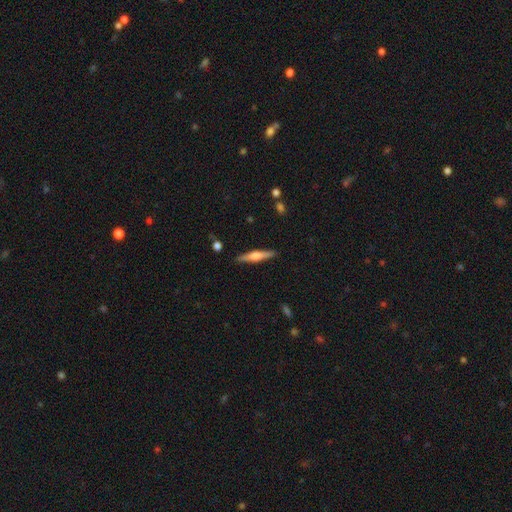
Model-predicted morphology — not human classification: A featured or disk galaxy (59%) viewed edge-on (97%) with a rounded central bulge (83%).

Vote fractions:
- Smooth or featured? featured or disk: 59% / smooth: 35% / star or artifact: 6%
- Edge-on disk? yes: 97% / no: 3%
- Edge-on bulge? rounded: 83% / boxy: 12% / none: 6%
- Merging? none: 90% / minor disturbance: 7% / major disturbance: 2% / merger: 1%